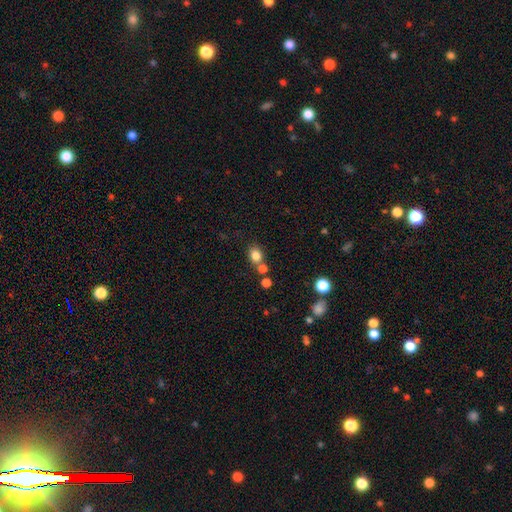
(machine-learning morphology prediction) smooth_or_featured: smooth (p=0.82) [alt: star or artifact p=0.12]
how_rounded: round (p=0.53) [alt: in between p=0.46]
merging: none (p=0.63) [alt: merger p=0.21]